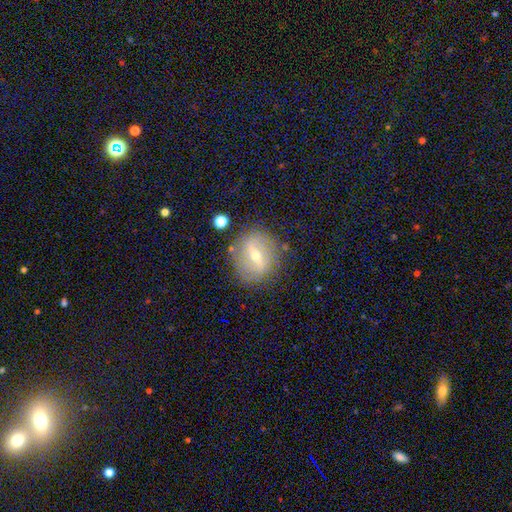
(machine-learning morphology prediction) The model was most divided on "spiral arms": no: 52%, yes: 48%. Remaining: edge-on disk — no (88%); merging — none (78%); smooth or featured — featured or disk (62%); bulge size — moderate (55%); bar — strong (46%).